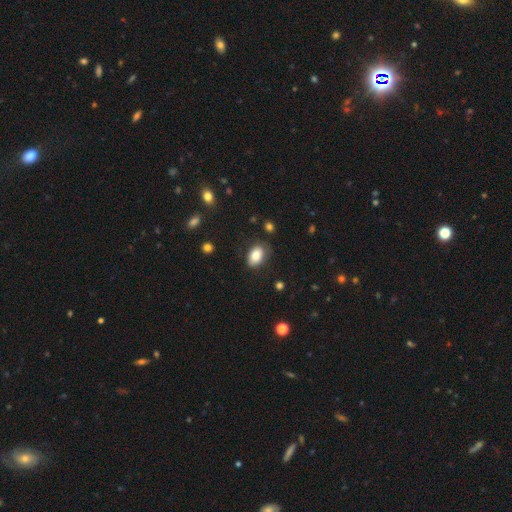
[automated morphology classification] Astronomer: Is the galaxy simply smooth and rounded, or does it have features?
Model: smooth — 83%.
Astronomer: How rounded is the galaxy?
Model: in between — 87%.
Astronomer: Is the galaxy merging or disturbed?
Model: none — 77%.